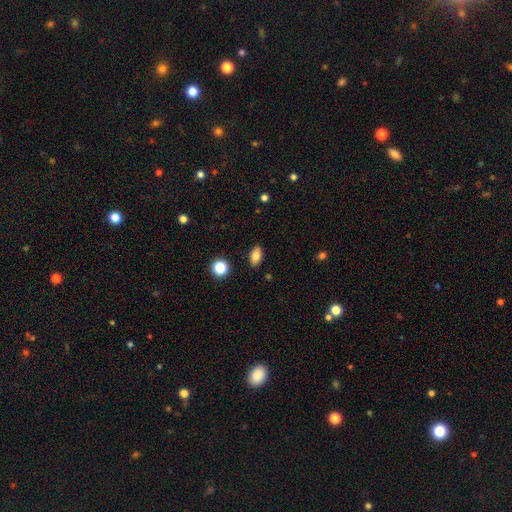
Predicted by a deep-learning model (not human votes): A smooth galaxy with no disk features (81%) that is in between round and cigar-shaped (88%). Merging: none (88%).